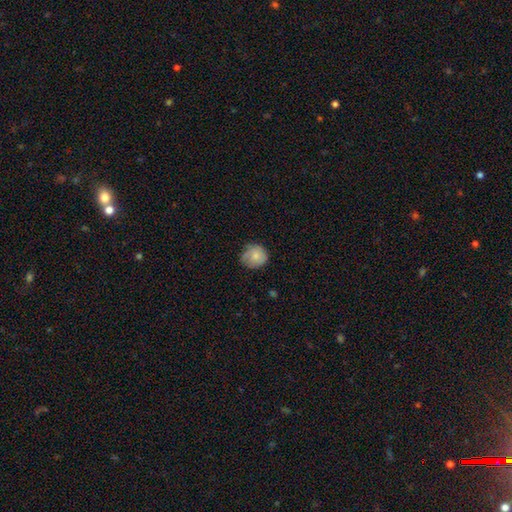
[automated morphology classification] Smooth or featured: smooth — 72% (featured or disk — 20%)
How rounded: round — 86% (in between — 13%)
Merging: none — 68% (minor disturbance — 26%)